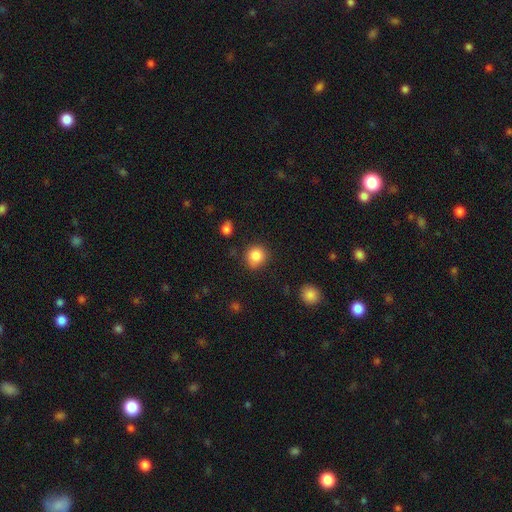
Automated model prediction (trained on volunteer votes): Smooth or featured? Predicted: smooth (p=0.86). How rounded? Predicted: round (p=0.85). Merging? Predicted: none (p=0.78).